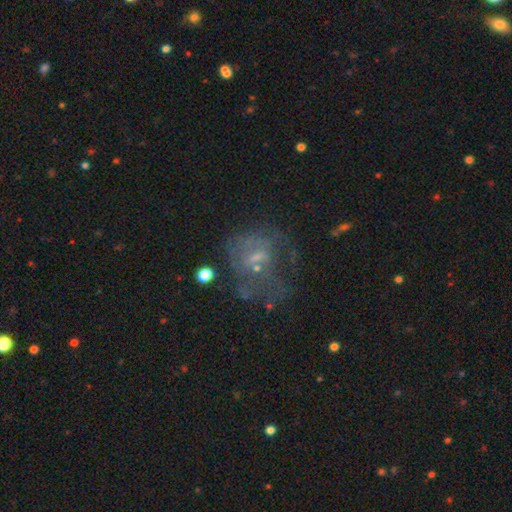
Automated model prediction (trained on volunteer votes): Q: Smooth or featured?
A: featured or disk (54%); runner-up: smooth (26%)
Q: Edge-on disk?
A: no (97%); runner-up: yes (3%)
Q: Bar?
A: no (59%); runner-up: weak (32%)
Q: Spiral arms?
A: no (67%); runner-up: yes (33%)
Q: Bulge size?
A: small (46%); runner-up: none (30%)
Q: Merging?
A: major disturbance (38%); runner-up: none (35%)